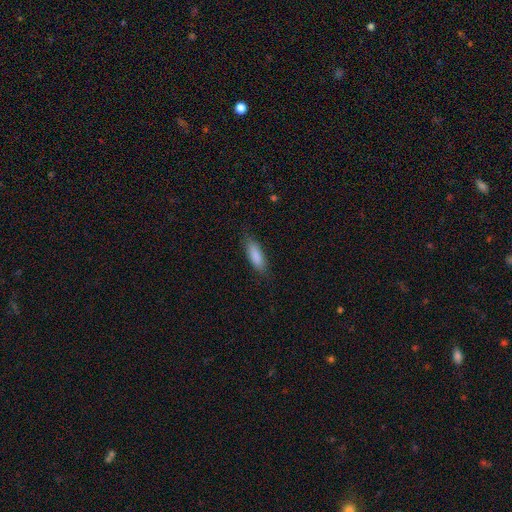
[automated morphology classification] Overall: smooth (87%). How rounded: in between (58%; cigar-shaped 40%). Merging: none (82%).